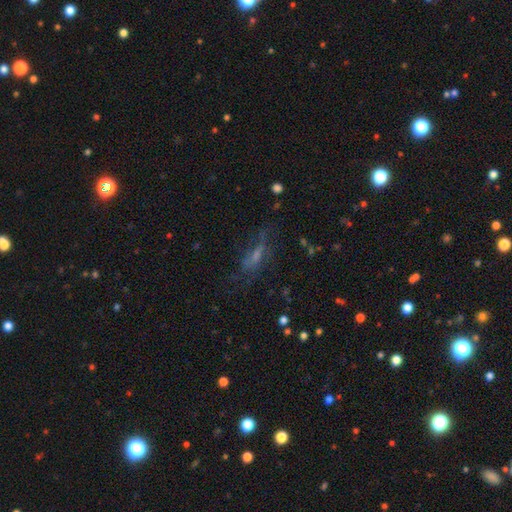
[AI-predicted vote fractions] This is marginally a featured or disk galaxy (42%). Merging: possibly none (49%).